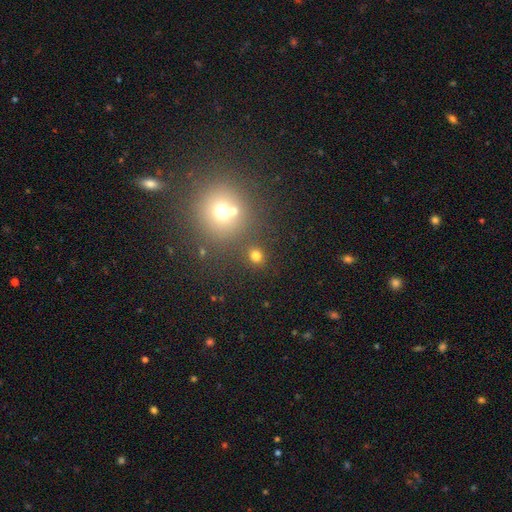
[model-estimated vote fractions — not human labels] The model was most divided on "smooth or featured": smooth: 74%, star or artifact: 19%, featured or disk: 7%. More confident: how rounded — round (79%); merging — none (79%).